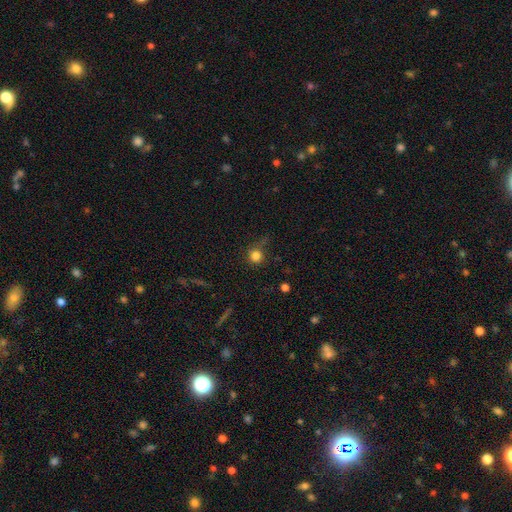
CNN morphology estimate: This appears to be a smooth galaxy with no disk features (80%) that is round (92%). Merging: none (68%).